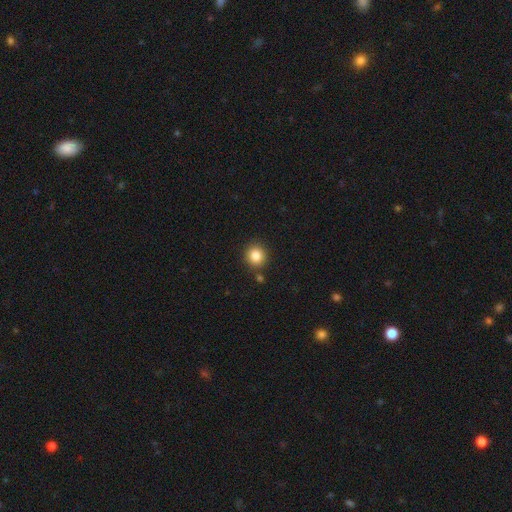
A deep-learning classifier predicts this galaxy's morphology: type=smooth (85%); roundness=round (88%); merging=none (85%).